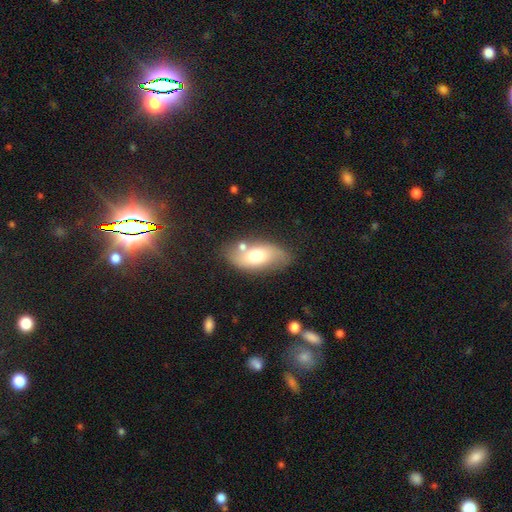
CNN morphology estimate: Smooth or featured? smooth (59%)
How rounded? in between (87%)
Merging? none (65%)